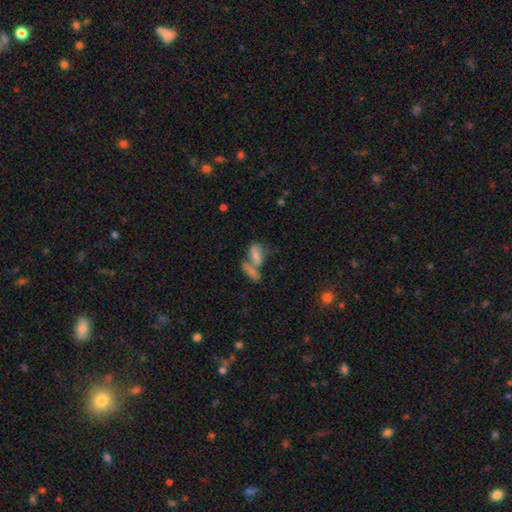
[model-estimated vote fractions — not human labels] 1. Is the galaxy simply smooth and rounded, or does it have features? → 52% smooth, 31% featured or disk, 16% star or artifact.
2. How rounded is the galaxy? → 80% in between, 11% cigar-shaped, 9% round.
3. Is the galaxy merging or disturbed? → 55% merger, 28% none, 10% minor disturbance, 8% major disturbance.